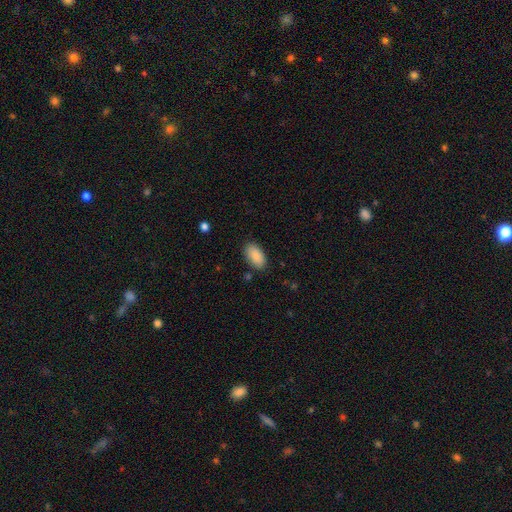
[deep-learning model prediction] Q: Smooth or featured?
A: smooth (88%); runner-up: star or artifact (7%)
Q: How rounded?
A: in between (94%); runner-up: round (3%)
Q: Merging?
A: none (85%); runner-up: minor disturbance (11%)